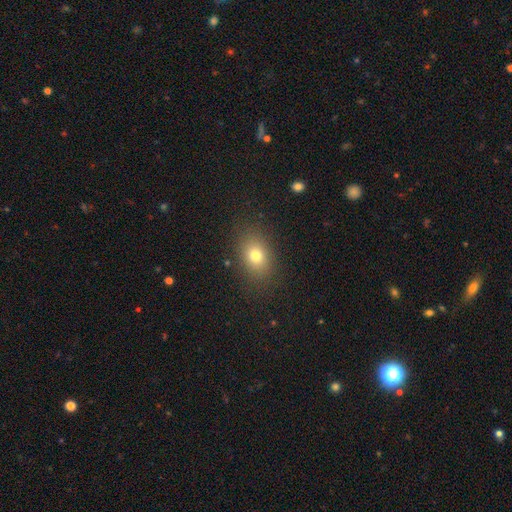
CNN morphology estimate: Overall: smooth (76%). How rounded: in between (69%; round 30%). Merging: none (85%).